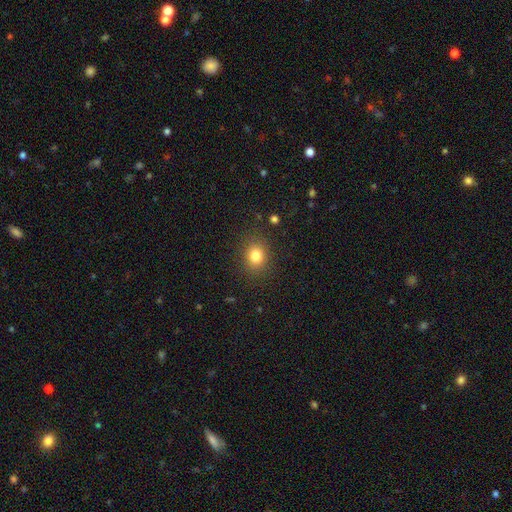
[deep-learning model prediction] This is clearly a smooth galaxy (81%). How rounded: likely round (64%). Merging: clearly none (86%).